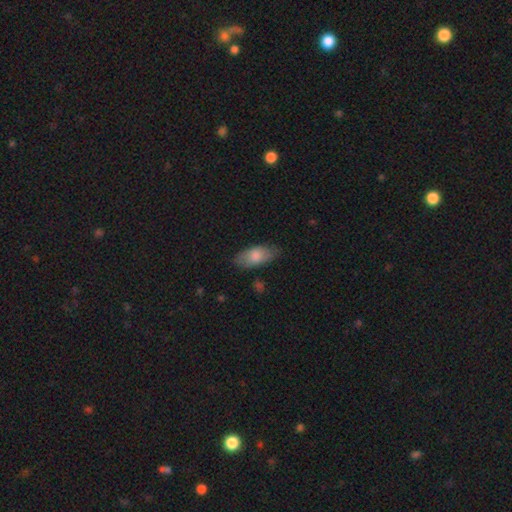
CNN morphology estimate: smooth_or_featured: smooth (p=0.78) [alt: featured or disk p=0.16]
how_rounded: in between (p=0.90) [alt: cigar-shaped p=0.07]
merging: none (p=0.75) [alt: minor disturbance p=0.19]